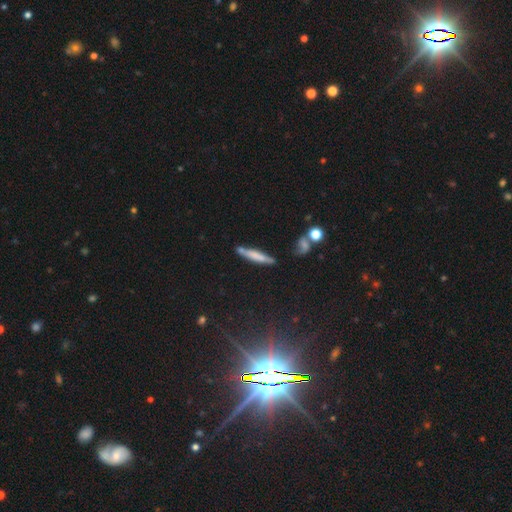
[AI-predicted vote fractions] A smooth galaxy with no disk features (60%) that is cigar-shaped (89%).

Vote fractions:
- Smooth or featured? smooth: 60% / featured or disk: 32% / star or artifact: 8%
- How rounded? cigar-shaped: 89% / in between: 9% / round: 2%
- Merging? none: 69% / minor disturbance: 17% / merger: 9% / major disturbance: 4%